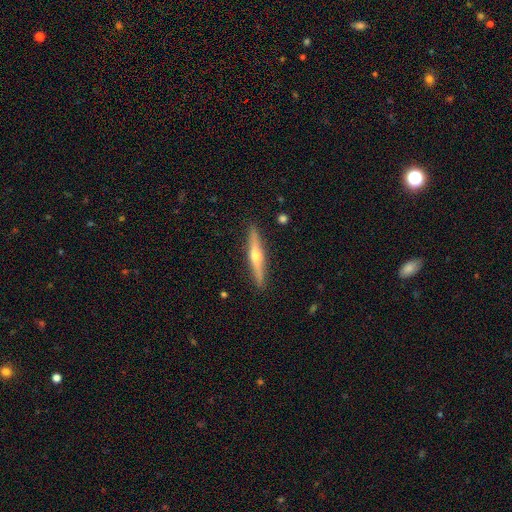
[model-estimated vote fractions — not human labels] Smooth or featured: featured or disk — 65% (smooth — 29%)
Edge-on disk: yes — 97% (no — 3%)
Edge-on bulge: rounded — 88% (none — 8%)
Merging: none — 91% (minor disturbance — 7%)